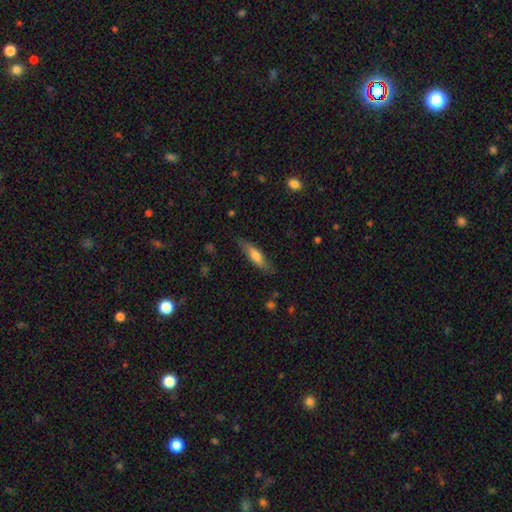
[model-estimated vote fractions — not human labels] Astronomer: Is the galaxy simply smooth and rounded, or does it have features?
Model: smooth — 62%.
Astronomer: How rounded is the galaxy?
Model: cigar-shaped — 64%.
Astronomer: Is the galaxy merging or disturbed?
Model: none — 80%.